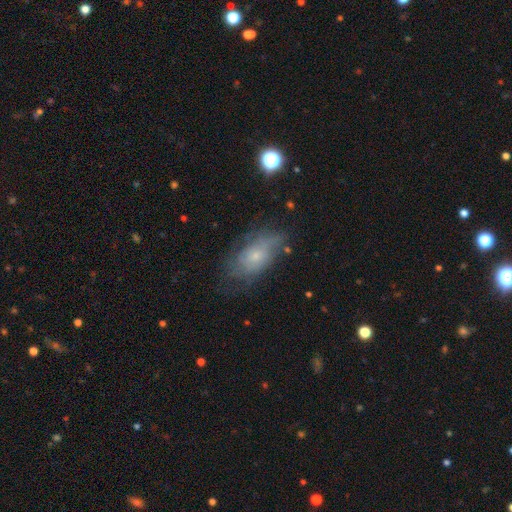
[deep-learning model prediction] Smooth or featured?
  - featured or disk: 53% *
  - smooth: 37%
  - star or artifact: 10%
Edge-on disk?
  - no: 91% *
  - yes: 9%
Merging?
  - none: 56% *
  - minor disturbance: 27%
  - major disturbance: 16%
  - merger: 2%